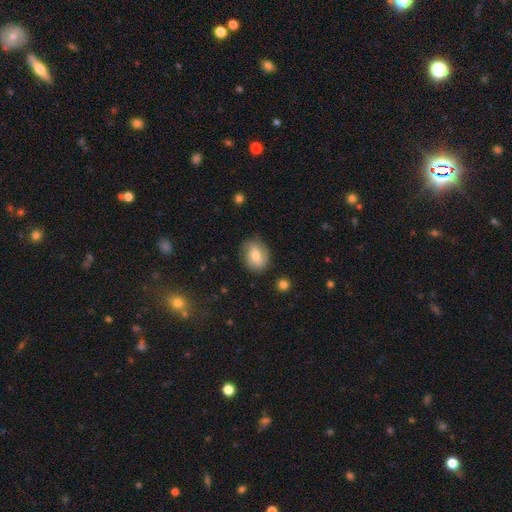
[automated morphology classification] Overall: smooth (65%; featured or disk 26%). How rounded: in between (54%; round 45%). Merging: none (75%).